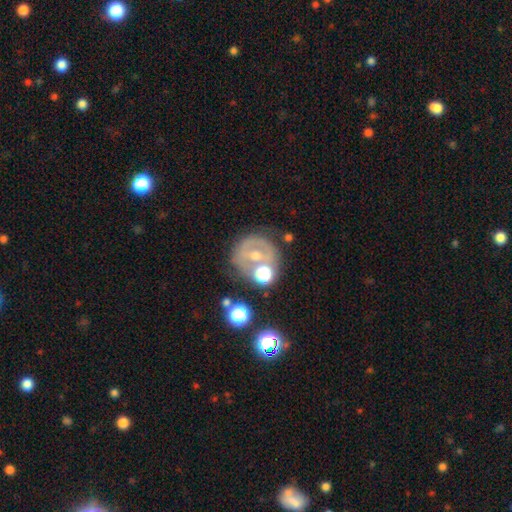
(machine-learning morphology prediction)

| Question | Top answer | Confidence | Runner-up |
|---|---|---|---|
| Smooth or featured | featured or disk | 55% | smooth (31%) |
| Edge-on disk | no | 97% | yes (3%) |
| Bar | no | 54% | weak (31%) |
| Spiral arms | no | 60% | yes (40%) |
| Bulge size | moderate | 56% | small (35%) |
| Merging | none | 57% | minor disturbance (18%) |